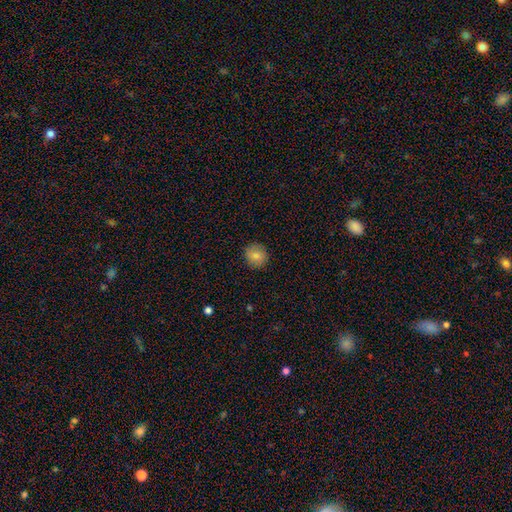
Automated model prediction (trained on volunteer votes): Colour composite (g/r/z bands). It shows a smooth galaxy with no disk features (83%) that is round (90%). Merging: none (89%).